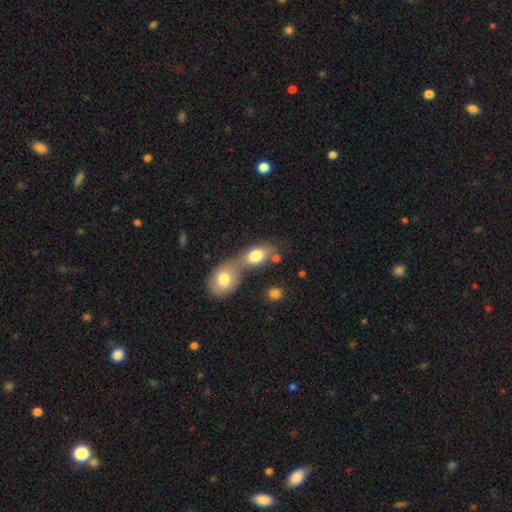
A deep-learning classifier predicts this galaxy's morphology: This is likely a smooth galaxy (78%). How rounded: likely in between (80%). Merging: likely merger (66%).